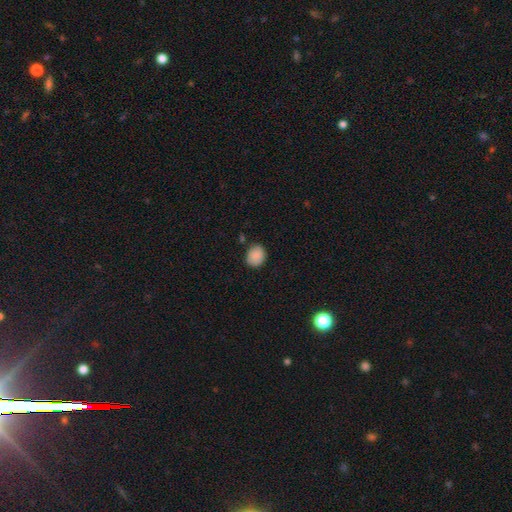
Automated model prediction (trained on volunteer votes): This is clearly a smooth galaxy (88%). How rounded: likely round (66%). Merging: likely none (80%).